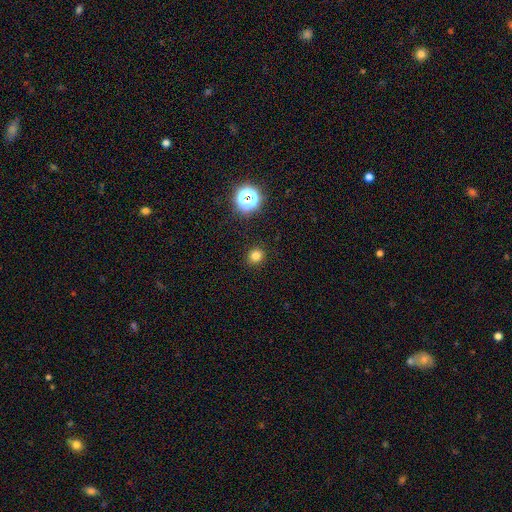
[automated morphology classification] smooth_or_featured: smooth (p=0.78) [alt: star or artifact p=0.17]
how_rounded: round (p=0.81) [alt: in between p=0.18]
merging: none (p=0.91) [alt: minor disturbance p=0.06]